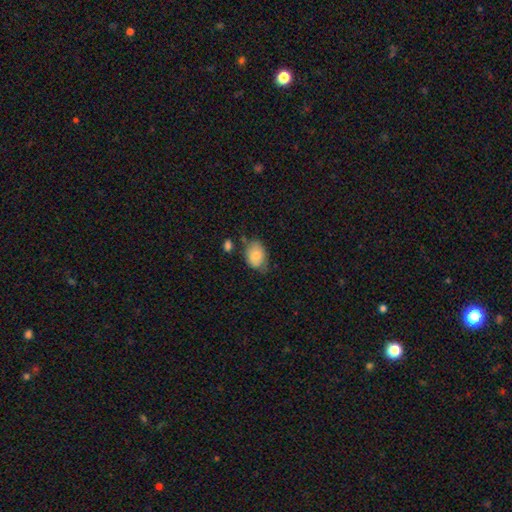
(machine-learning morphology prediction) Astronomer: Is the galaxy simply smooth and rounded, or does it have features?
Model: smooth — 78%.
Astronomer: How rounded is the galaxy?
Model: in between — 78%.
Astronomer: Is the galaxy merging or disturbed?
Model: none — 54% (runner-up: minor disturbance, 32%).